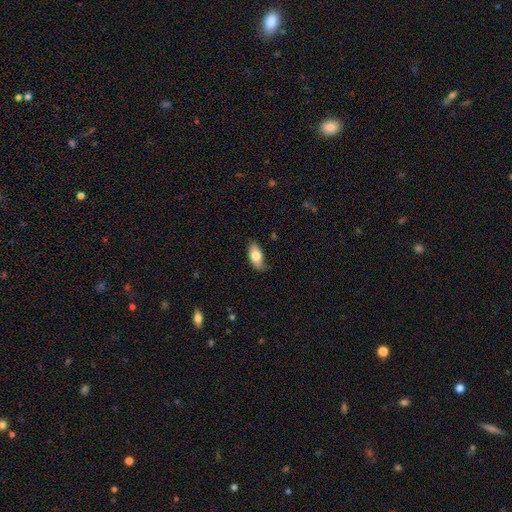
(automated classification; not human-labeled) The model was most divided on "merging": none: 56%, minor disturbance: 33%, major disturbance: 9%, merger: 2%. More confident: how rounded — in between (89%); smooth or featured — smooth (75%).